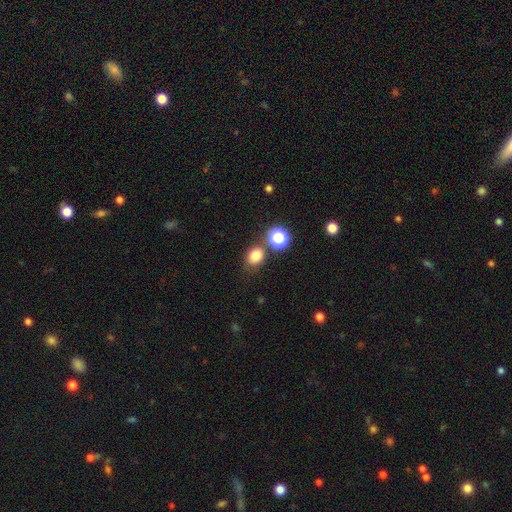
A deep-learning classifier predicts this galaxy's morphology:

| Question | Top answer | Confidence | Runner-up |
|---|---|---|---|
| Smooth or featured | smooth | 79% | star or artifact (15%) |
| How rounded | round | 58% | in between (41%) |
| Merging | none | 71% | minor disturbance (13%) |